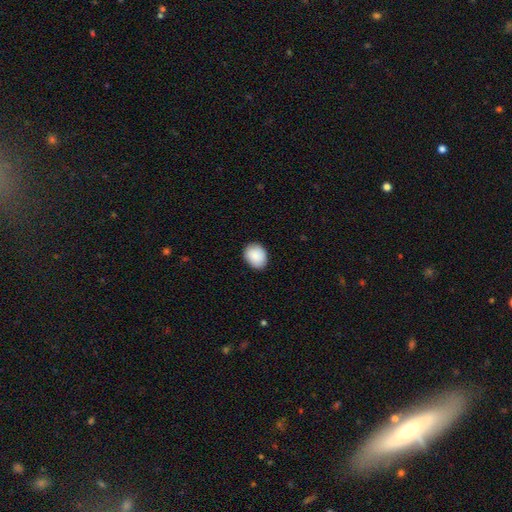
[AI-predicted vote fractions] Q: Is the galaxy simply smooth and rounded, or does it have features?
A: smooth — 89%.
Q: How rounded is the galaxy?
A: round — 50%.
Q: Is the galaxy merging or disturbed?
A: none — 87%.